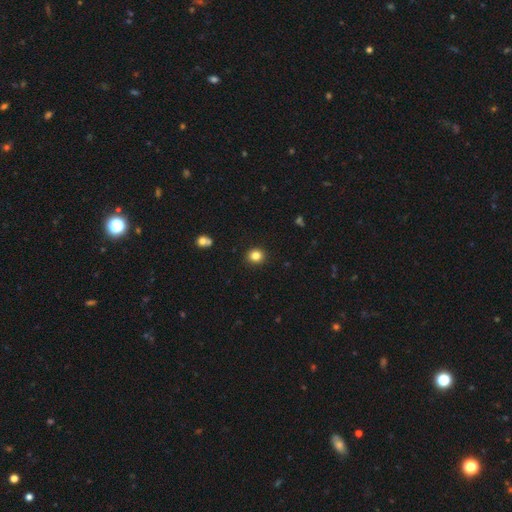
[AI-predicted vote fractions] Smooth or featured?
  - smooth: 83% *
  - star or artifact: 11%
  - featured or disk: 6%
How rounded?
  - round: 82% *
  - in between: 17%
  - cigar-shaped: 1%
Merging?
  - none: 91% *
  - minor disturbance: 6%
  - major disturbance: 2%
  - merger: 1%